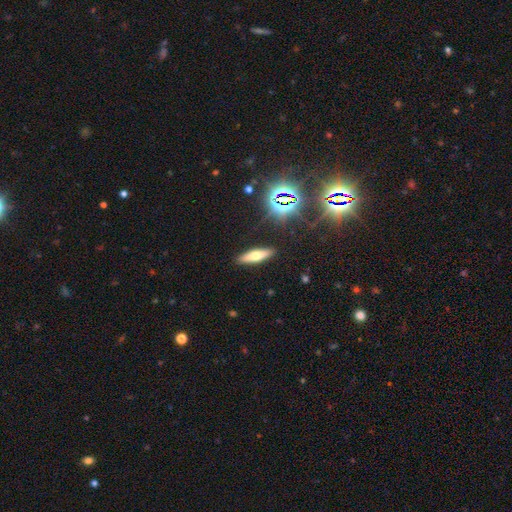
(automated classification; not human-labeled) Smooth or featured: smooth — 57% (featured or disk — 31%)
How rounded: cigar-shaped — 64% (in between — 33%)
Merging: none — 89% (minor disturbance — 8%)